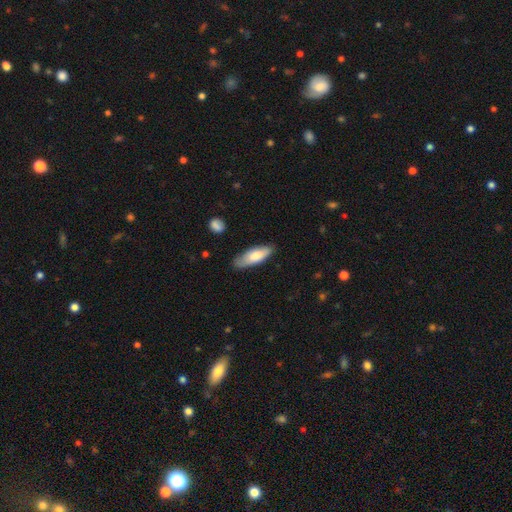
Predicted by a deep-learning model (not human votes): Q: Smooth or featured?
A: smooth (74%); runner-up: featured or disk (21%)
Q: How rounded?
A: in between (60%); runner-up: cigar-shaped (38%)
Q: Merging?
A: none (78%); runner-up: minor disturbance (18%)